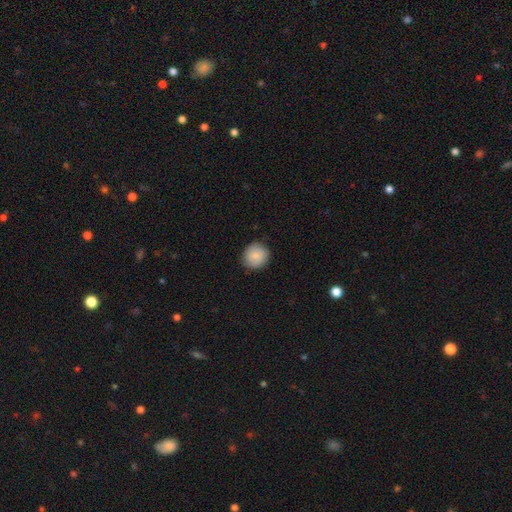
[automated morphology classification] A smooth galaxy with no disk features (84%) that is round (91%). Merging: none (86%).